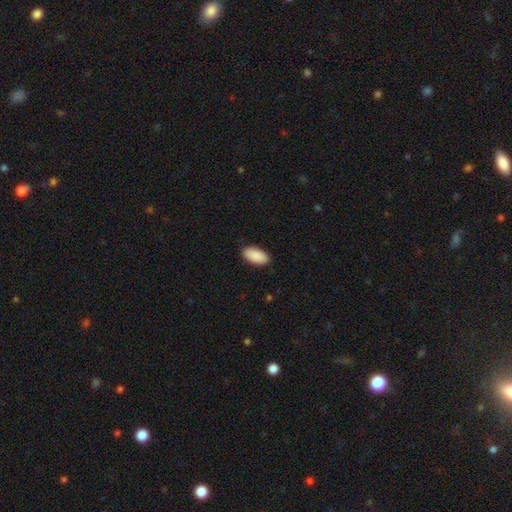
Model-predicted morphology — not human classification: smooth 91%, star or artifact 5%, featured or disk 3%. Down the decision tree: how rounded — in between (94%); merging — none (89%).